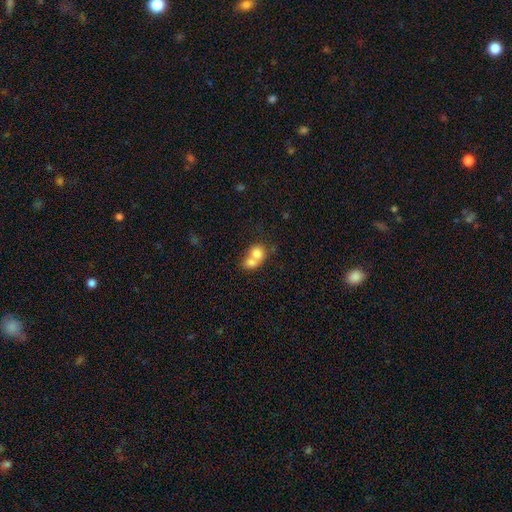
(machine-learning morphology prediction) This appears to be a smooth galaxy with no disk features (74%) that is round (64%). Merging: merger (73%).